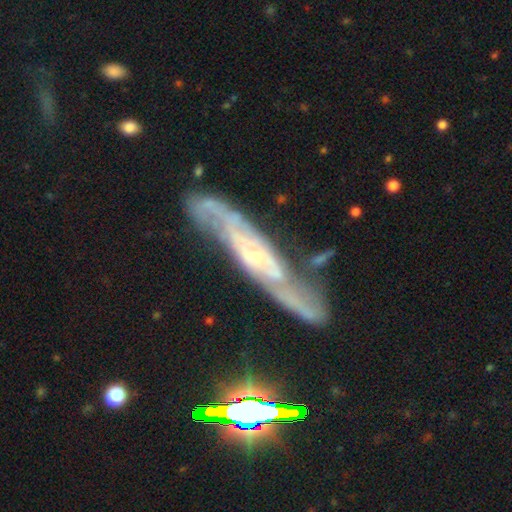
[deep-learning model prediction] Smooth or featured: featured or disk — 82% (star or artifact — 9%)
Edge-on disk: no — 63% (yes — 37%)
Bar: no — 54% (weak — 34%)
Spiral arms: yes — 93% (no — 7%)
Bulge size: small — 74% (moderate — 21%)
Merging: none — 70% (minor disturbance — 20%)